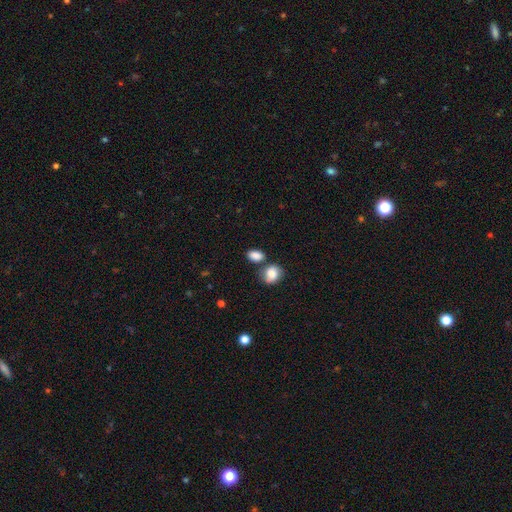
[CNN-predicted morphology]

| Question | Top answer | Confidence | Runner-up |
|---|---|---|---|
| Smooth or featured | smooth | 85% | star or artifact (9%) |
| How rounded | in between | 76% | round (23%) |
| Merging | none | 56% | merger (23%) |